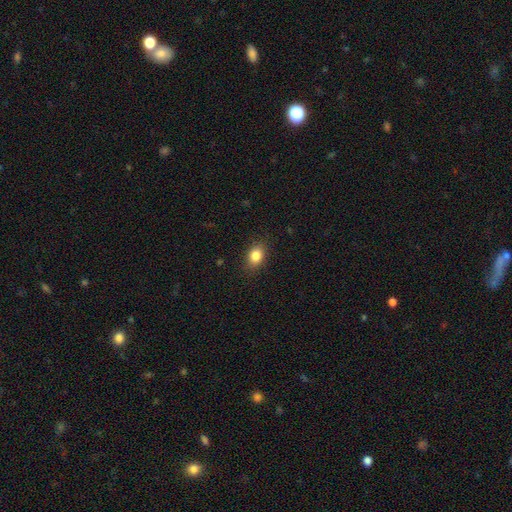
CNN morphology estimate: Smooth or featured? Predicted: smooth (p=0.84). How rounded? Predicted: in between (p=0.73). Merging? Predicted: none (p=0.86).